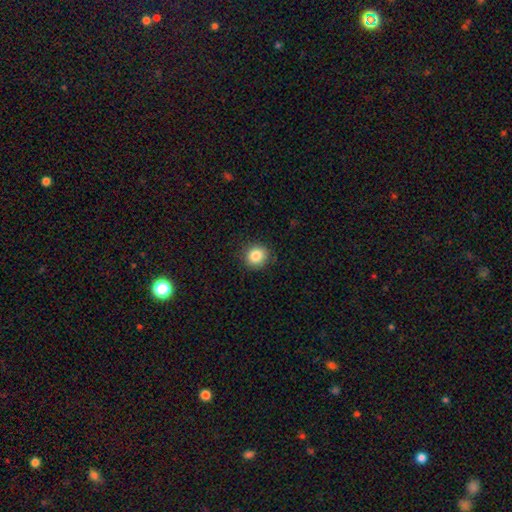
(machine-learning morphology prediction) A smooth galaxy with no disk features (85%) that is round (85%).

Vote fractions:
- Smooth or featured? smooth: 85% / star or artifact: 10% / featured or disk: 5%
- How rounded? round: 85% / in between: 14% / cigar-shaped: 1%
- Merging? none: 89% / minor disturbance: 8% / major disturbance: 2% / merger: 1%